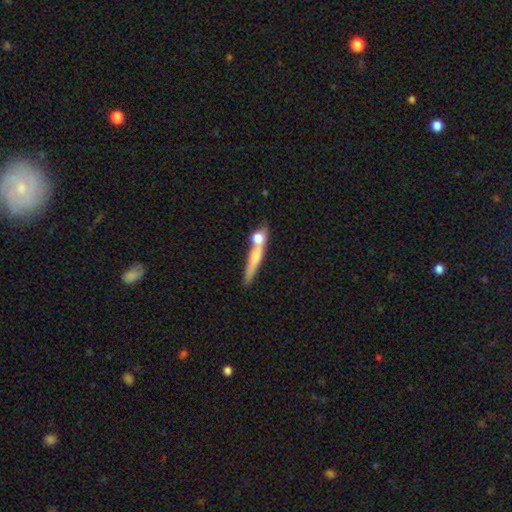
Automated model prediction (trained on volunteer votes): Smooth or featured? Predicted: smooth (p=0.51). How rounded? Predicted: cigar-shaped (p=0.78). Merging? Predicted: none (p=0.48).